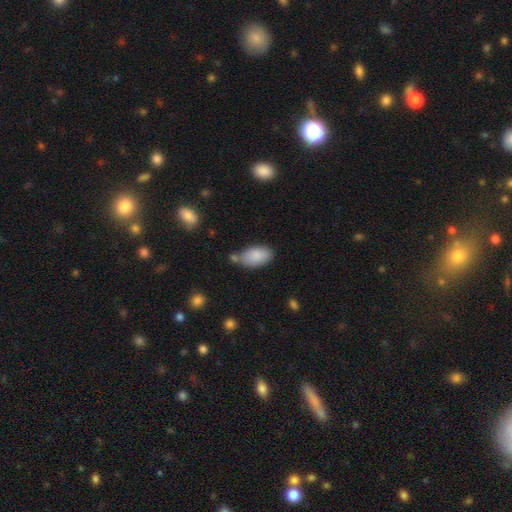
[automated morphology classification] A smooth galaxy with no disk features (85%) that is in between round and cigar-shaped (94%).

Vote fractions:
- Smooth or featured? smooth: 85% / featured or disk: 8% / star or artifact: 7%
- How rounded? in between: 94% / round: 4% / cigar-shaped: 2%
- Merging? none: 57% / minor disturbance: 24% / merger: 14% / major disturbance: 6%